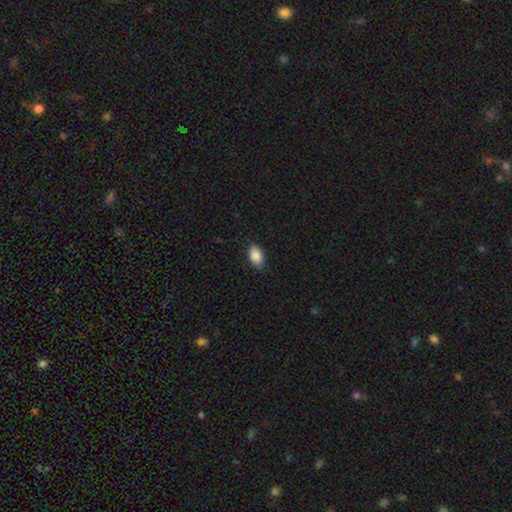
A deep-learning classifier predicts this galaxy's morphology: A smooth galaxy with no disk features (87%) that is in between round and cigar-shaped (93%). Merging: none (85%).